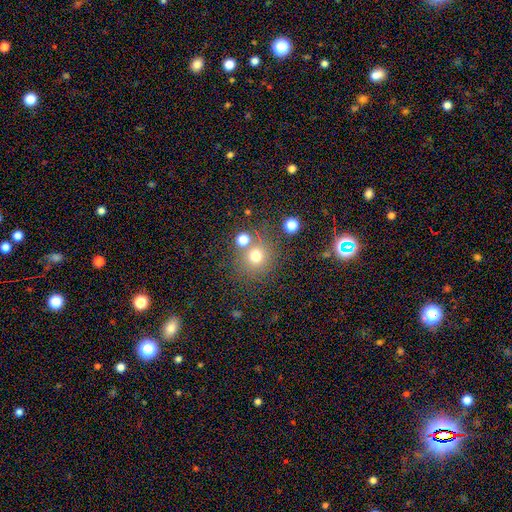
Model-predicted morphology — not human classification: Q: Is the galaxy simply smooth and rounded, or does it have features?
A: smooth — 71%.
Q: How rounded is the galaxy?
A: round — 90%.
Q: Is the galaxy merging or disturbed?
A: none — 71%.